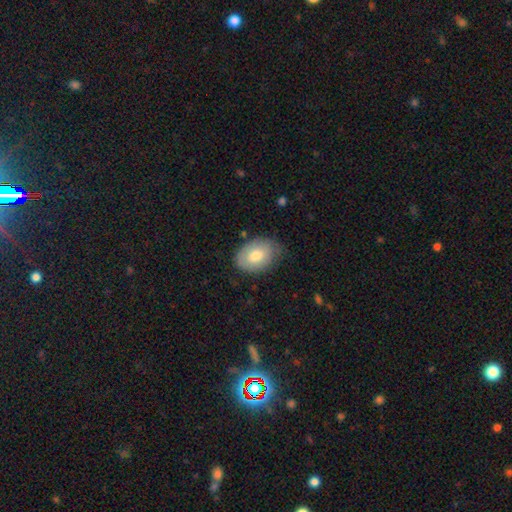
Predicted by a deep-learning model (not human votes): smooth-or-featured: smooth: 75% | featured or disk: 19% | star or artifact: 6%
  how-rounded: in between: 83% | round: 16% | cigar-shaped: 1%
  merging: none: 69% | minor disturbance: 25% | major disturbance: 5% | merger: 1%